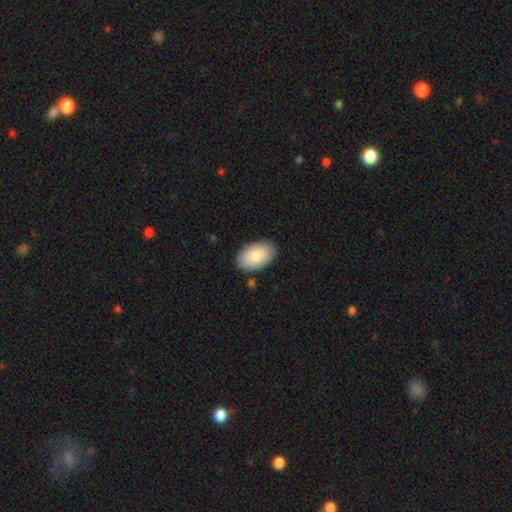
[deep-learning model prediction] Smooth or featured: smooth — 82% (featured or disk — 13%)
How rounded: in between — 94% (round — 5%)
Merging: none — 86% (minor disturbance — 10%)